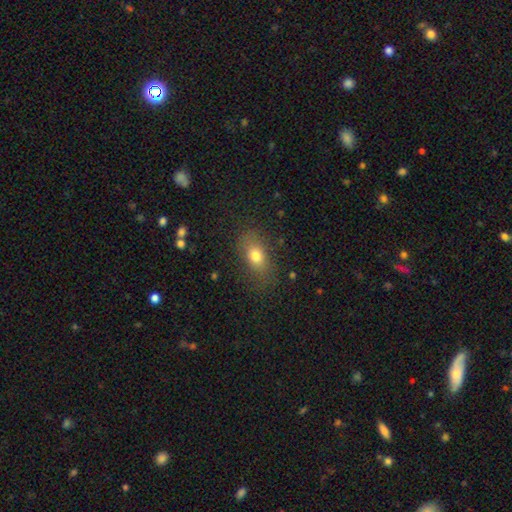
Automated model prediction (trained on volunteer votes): Overall: smooth (76%). How rounded: in between (78%). Merging: none (74%).